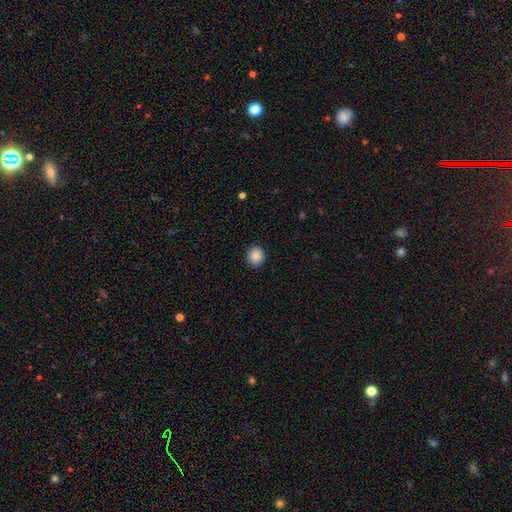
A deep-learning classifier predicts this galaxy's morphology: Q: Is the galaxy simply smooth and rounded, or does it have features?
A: smooth — 88%.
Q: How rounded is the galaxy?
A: round — 90%.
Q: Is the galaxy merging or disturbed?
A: none — 91%.